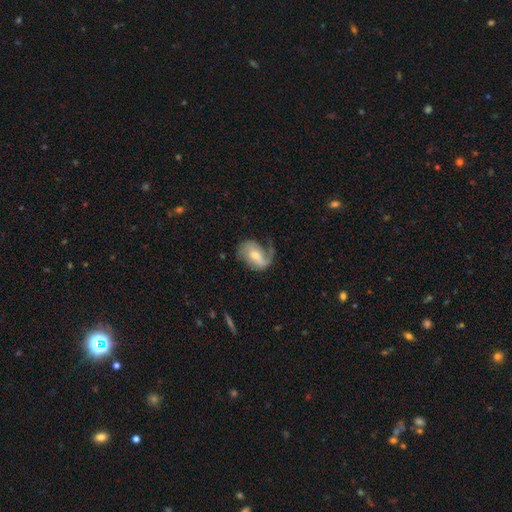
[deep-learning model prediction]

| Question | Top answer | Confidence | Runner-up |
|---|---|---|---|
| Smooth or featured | featured or disk | 73% | smooth (21%) |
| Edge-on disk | no | 97% | yes (3%) |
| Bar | weak | 43% | no (34%) |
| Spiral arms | yes | 90% | no (10%) |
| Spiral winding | loose | 45% | medium (38%) |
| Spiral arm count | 2 | 45% | tied: 1 (45%) |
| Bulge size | moderate | 51% | small (43%) |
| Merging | none | 48% | major disturbance (27%) |